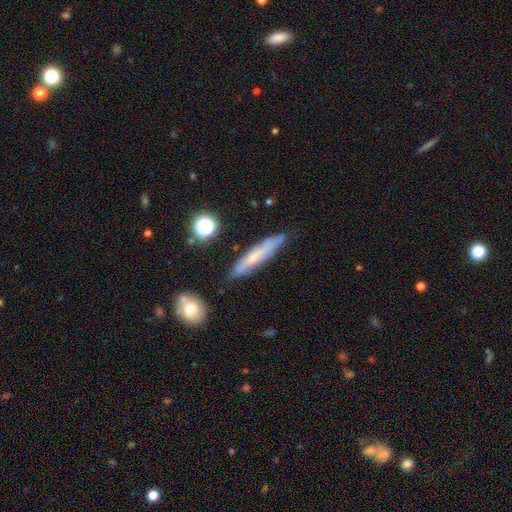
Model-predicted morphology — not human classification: Smooth or featured? Predicted: smooth (p=0.47). Merging? Predicted: none (p=0.76).